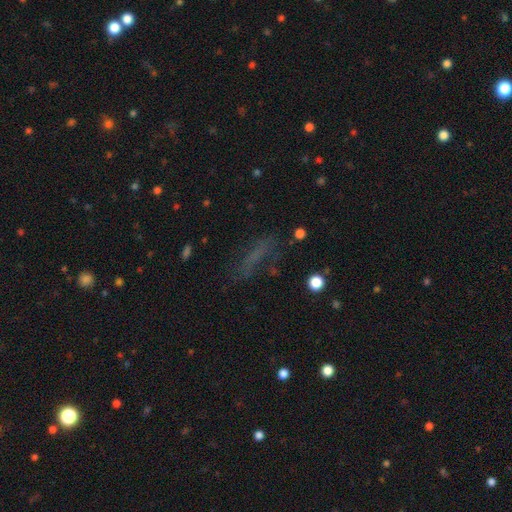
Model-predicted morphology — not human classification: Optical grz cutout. It shows a smooth galaxy with no disk features (48%). Merging: none (60%).